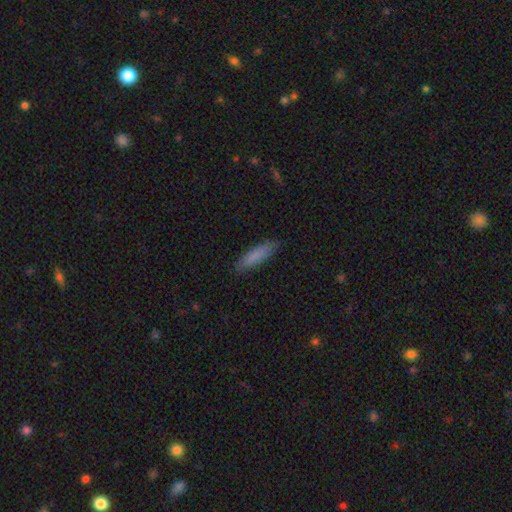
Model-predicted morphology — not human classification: Smooth or featured? smooth (83%)
How rounded? cigar-shaped (73%)
Merging? none (85%)